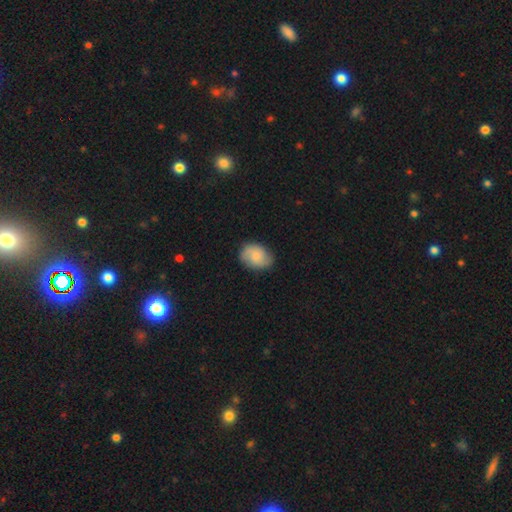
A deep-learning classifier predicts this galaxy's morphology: Smooth or featured? Predicted: smooth (p=0.60). How rounded? Predicted: in between (p=0.67). Merging? Predicted: none (p=0.79).